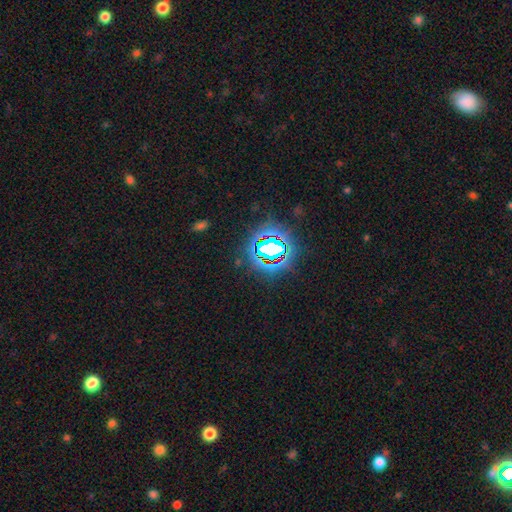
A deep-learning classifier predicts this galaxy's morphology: Smooth or featured? Predicted: star or artifact (p=0.82).